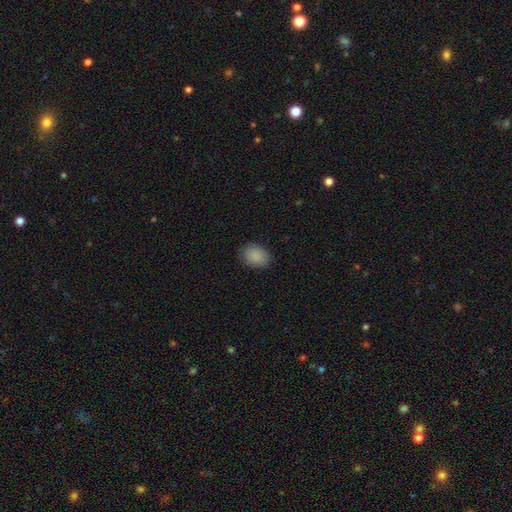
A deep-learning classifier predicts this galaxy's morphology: Smooth or featured?
  - smooth: 89% *
  - star or artifact: 7%
  - featured or disk: 4%
How rounded?
  - in between: 61% *
  - round: 38%
  - cigar-shaped: 1%
Merging?
  - none: 86% *
  - minor disturbance: 10%
  - major disturbance: 3%
  - merger: 1%